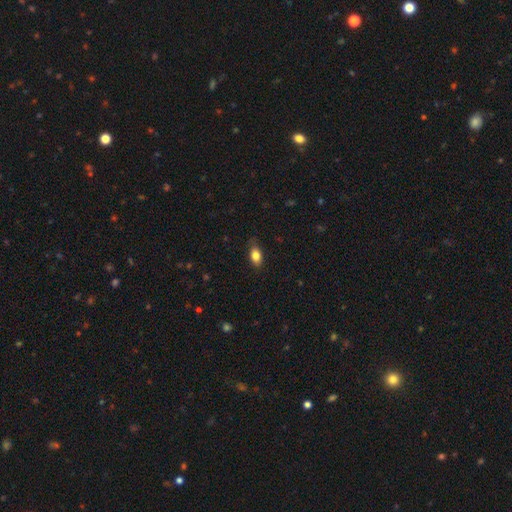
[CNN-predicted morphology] Smooth or featured: smooth — 83% (featured or disk — 9%)
How rounded: in between — 85% (round — 9%)
Merging: none — 79% (minor disturbance — 17%)